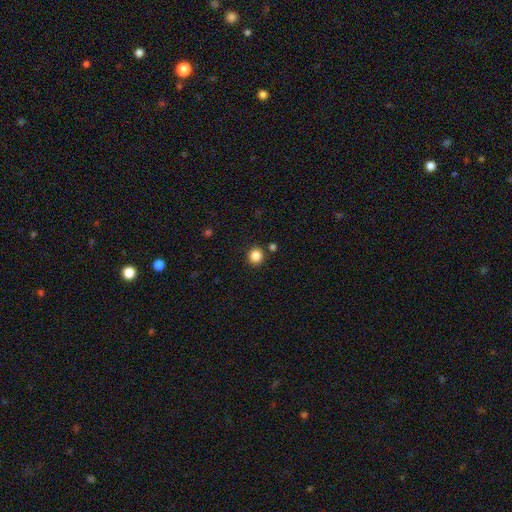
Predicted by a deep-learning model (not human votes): smooth-or-featured: smooth: 85% | star or artifact: 11% | featured or disk: 3%
  how-rounded: round: 92% | in between: 7% | cigar-shaped: 1%
  merging: none: 88% | minor disturbance: 6% | merger: 4% | major disturbance: 2%